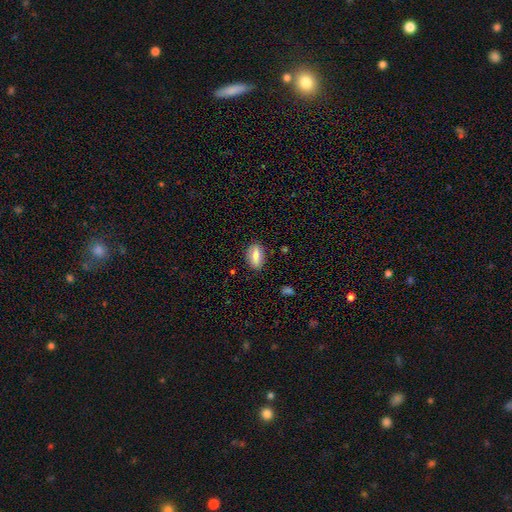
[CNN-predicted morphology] Smooth or featured: smooth — 75% (featured or disk — 18%)
How rounded: in between — 88% (round — 6%)
Merging: none — 84% (minor disturbance — 12%)